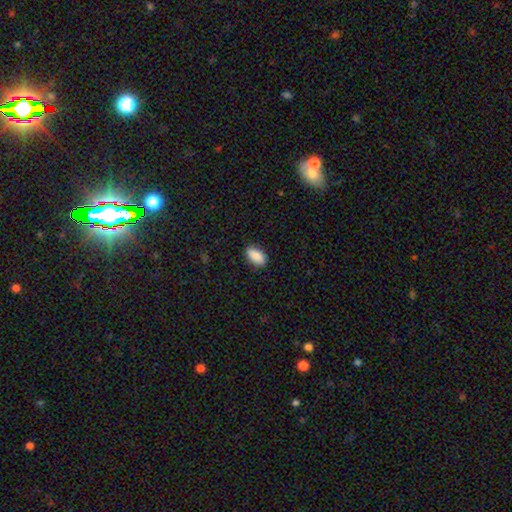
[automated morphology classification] Smooth or featured: smooth — 86% (featured or disk — 7%)
How rounded: in between — 92% (round — 4%)
Merging: none — 85% (minor disturbance — 11%)